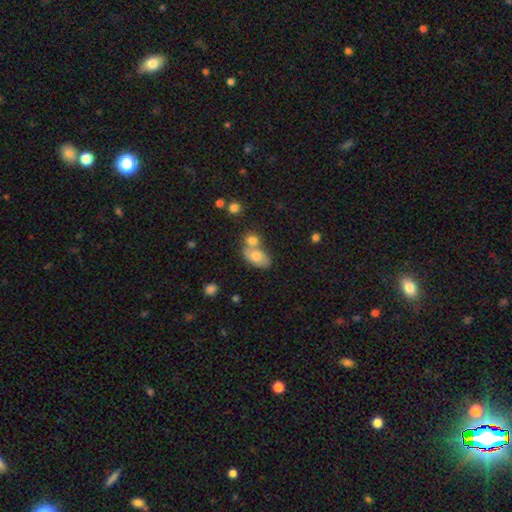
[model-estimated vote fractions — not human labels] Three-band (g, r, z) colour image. It shows a smooth galaxy with no disk features (74%) that is in between round and cigar-shaped (87%). Merging: merger (49%).